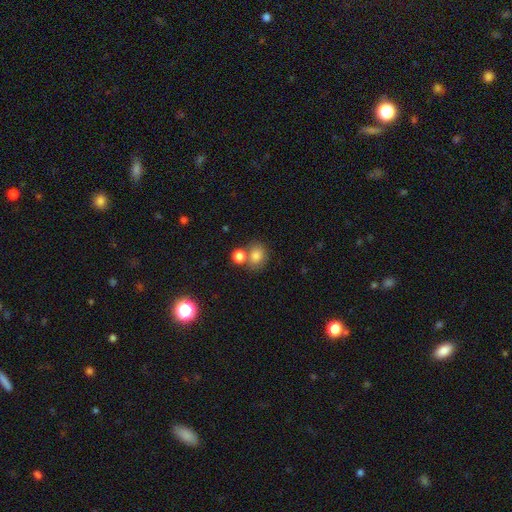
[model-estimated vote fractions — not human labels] Smooth or featured?
  - smooth: 80% *
  - star or artifact: 12%
  - featured or disk: 8%
How rounded?
  - round: 70% *
  - in between: 29%
  - cigar-shaped: 1%
Merging?
  - none: 57% *
  - merger: 28%
  - minor disturbance: 11%
  - major disturbance: 4%